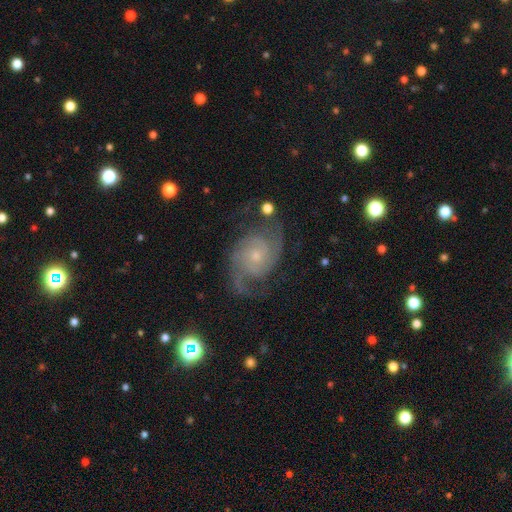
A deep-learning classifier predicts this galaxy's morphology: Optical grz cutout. It shows a featured or disk galaxy (89%) with no bar (72%), 2 (76%) medium (49%) spiral arms (98%) and a small central bulge (73%). Merging: none (72%).